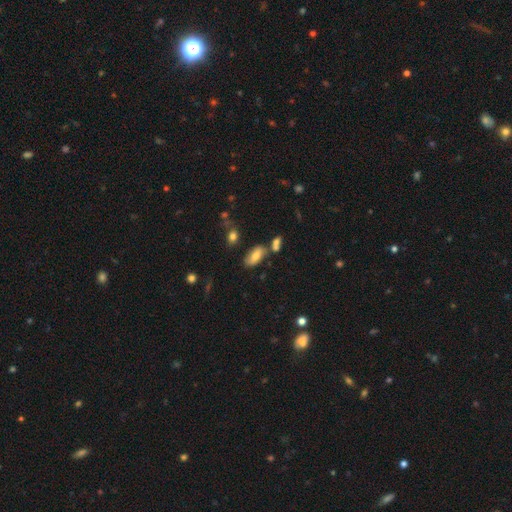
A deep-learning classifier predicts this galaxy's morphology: Smooth or featured? smooth (38%, tied with star or artifact)
Merging? none (53%)